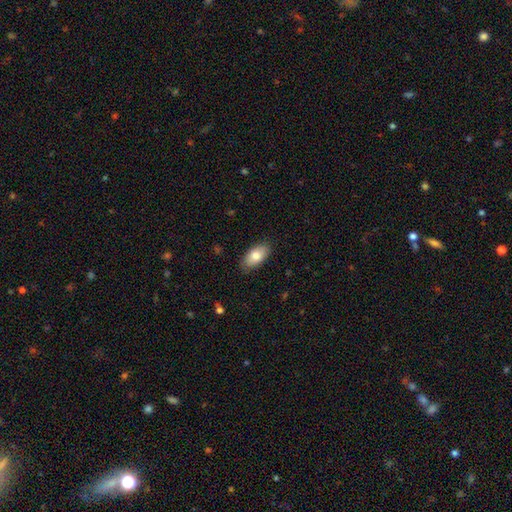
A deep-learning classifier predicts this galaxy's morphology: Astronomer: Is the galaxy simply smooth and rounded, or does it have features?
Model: smooth — 80%.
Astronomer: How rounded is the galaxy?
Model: in between — 93%.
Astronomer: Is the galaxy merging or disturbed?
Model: none — 85%.